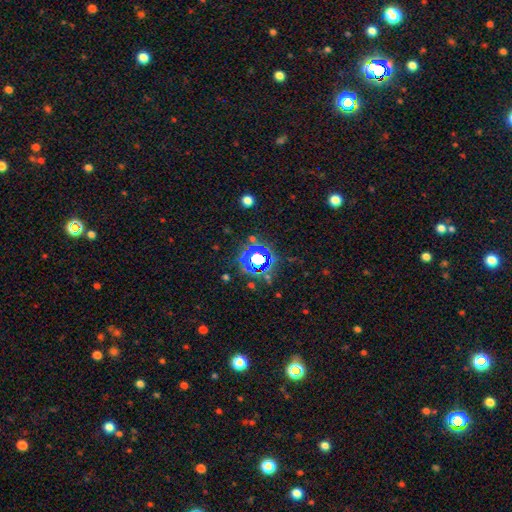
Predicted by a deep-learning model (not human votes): A star or artifact, not a galaxy (67%).